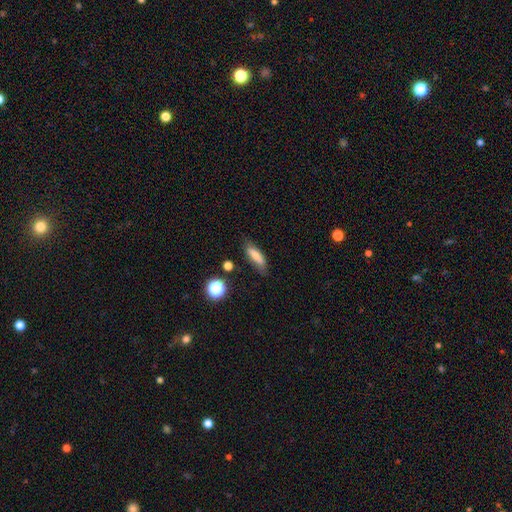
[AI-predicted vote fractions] This appears to be a smooth galaxy with no disk features (68%) that is cigar-shaped (55%). Merging: none (72%).